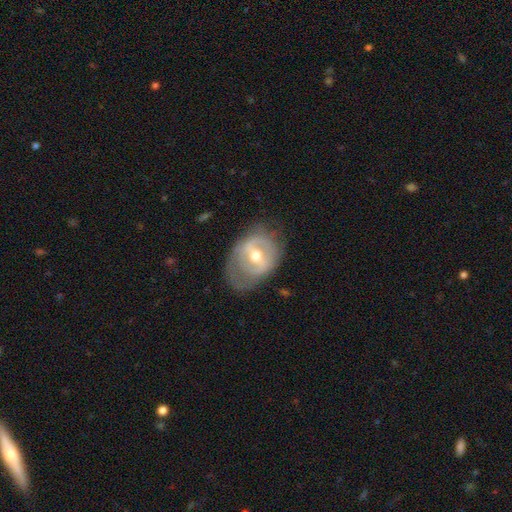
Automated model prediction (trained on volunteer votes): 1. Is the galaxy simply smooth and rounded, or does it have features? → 70% featured or disk, 24% smooth, 6% star or artifact.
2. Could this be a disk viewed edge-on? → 94% no, 6% yes.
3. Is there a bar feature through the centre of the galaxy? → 41% strong (tied), 41% weak (tied), 18% no.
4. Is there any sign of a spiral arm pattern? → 52% no, 48% yes.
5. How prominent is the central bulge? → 72% moderate, 20% small, 6% large, 1% none, 1% dominant.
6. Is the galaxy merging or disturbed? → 60% none, 25% minor disturbance, 14% major disturbance, 1% merger.